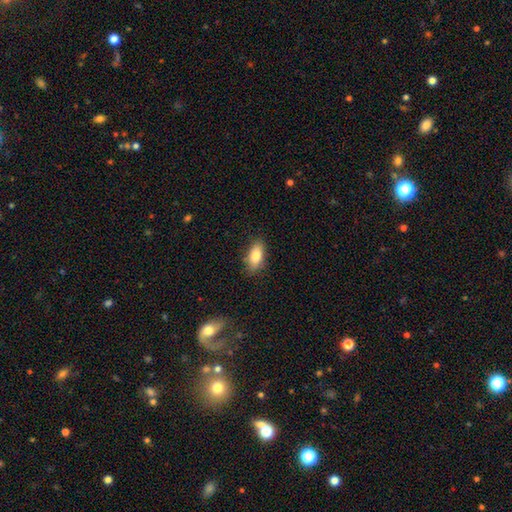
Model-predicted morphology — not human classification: smooth-or-featured: smooth: 81% | featured or disk: 11% | star or artifact: 7%
  how-rounded: in between: 86% | cigar-shaped: 11% | round: 3%
  merging: none: 83% | minor disturbance: 13% | major disturbance: 3% | merger: 1%